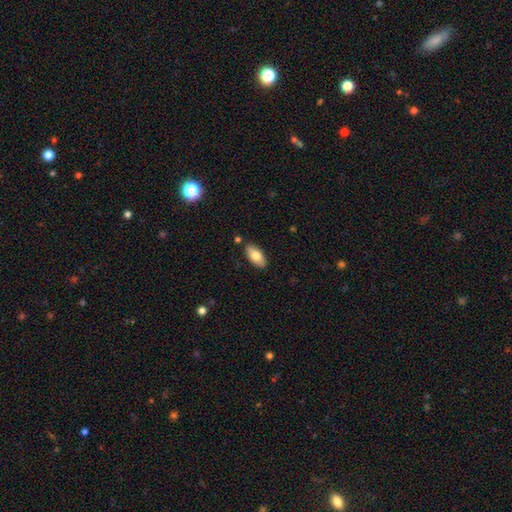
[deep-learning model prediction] Overall: smooth (76%). How rounded: in between (88%). Merging: none (85%).